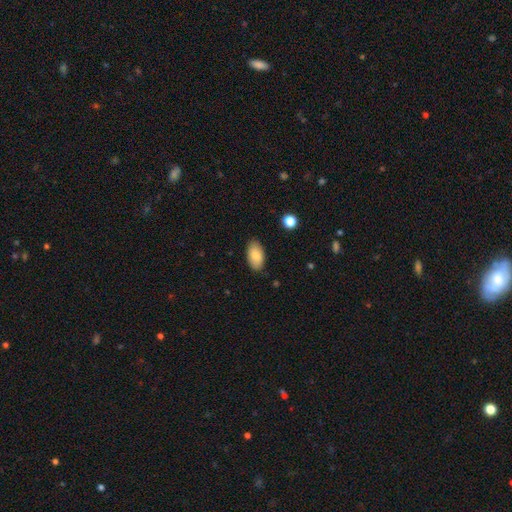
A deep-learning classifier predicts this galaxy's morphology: Smooth or featured? smooth (85%)
How rounded? in between (94%)
Merging? none (86%)